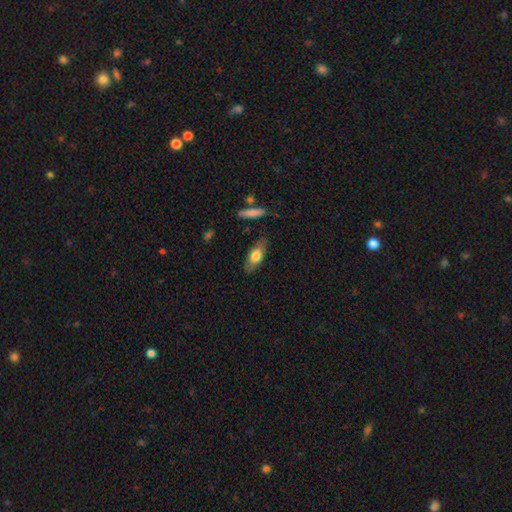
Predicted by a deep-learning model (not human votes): This is likely a smooth galaxy (66%). How rounded: likely in between (77%). Merging: clearly none (81%).